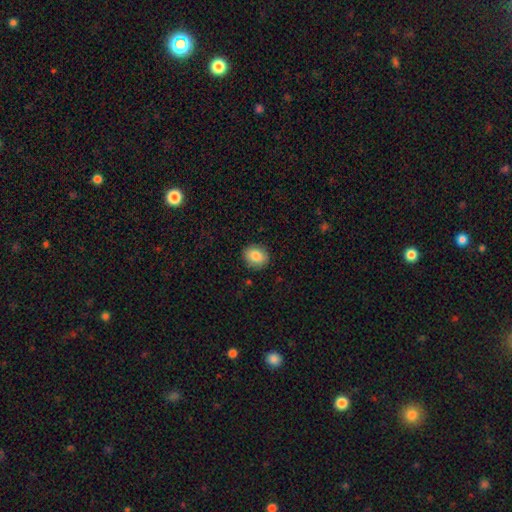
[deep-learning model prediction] A smooth galaxy with no disk features (85%) that is round (62%). Merging: none (88%).